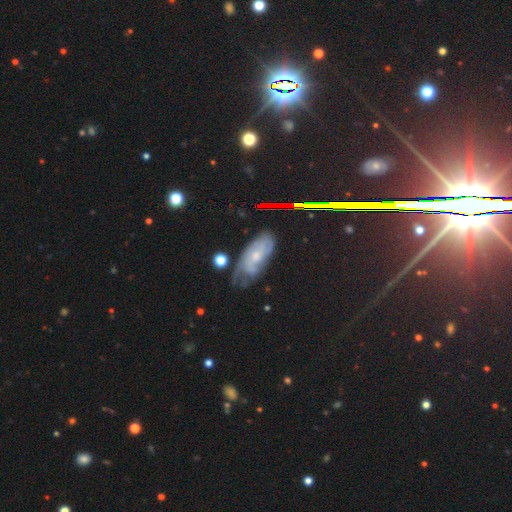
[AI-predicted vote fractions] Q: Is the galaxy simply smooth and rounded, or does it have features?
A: featured or disk — 60%.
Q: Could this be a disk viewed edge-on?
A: no — 90%.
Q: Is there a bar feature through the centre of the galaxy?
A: no — 72%.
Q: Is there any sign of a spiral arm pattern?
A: yes — 86%.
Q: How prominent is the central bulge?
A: small — 63%.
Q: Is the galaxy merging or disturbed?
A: none — 54%.